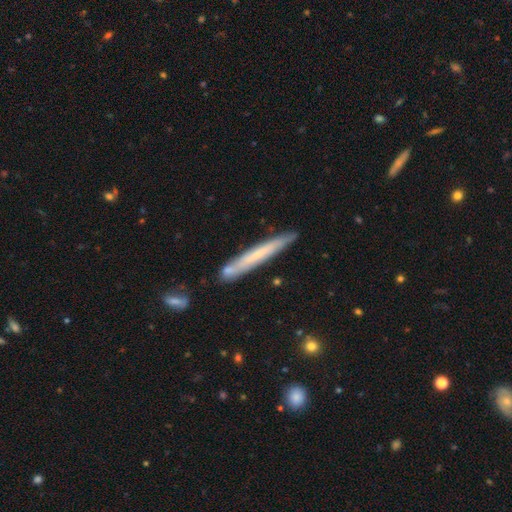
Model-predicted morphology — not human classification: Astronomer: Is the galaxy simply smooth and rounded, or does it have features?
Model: smooth — 52% (runner-up: featured or disk, 41%).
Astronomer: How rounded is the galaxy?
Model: cigar-shaped — 96%.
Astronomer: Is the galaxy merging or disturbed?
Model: none — 83%.